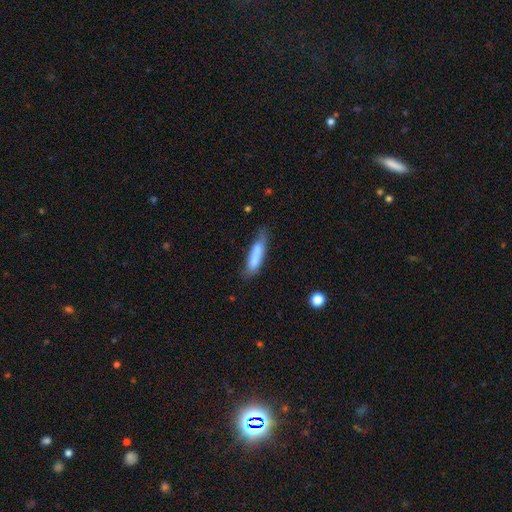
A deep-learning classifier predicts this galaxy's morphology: Smooth or featured: smooth — 74% (featured or disk — 19%)
How rounded: cigar-shaped — 71% (in between — 27%)
Merging: none — 50% (minor disturbance — 28%)